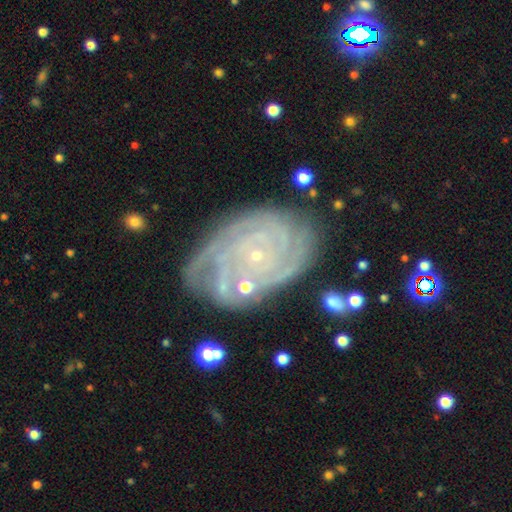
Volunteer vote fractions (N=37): Smooth or featured: featured or disk — 92% (star or artifact — 5%)
Edge-on disk: no — 94% (yes — 6%)
Bar: no — 81% (weak — 12%)
Spiral arms: yes — 97% (no — 3%)
Spiral winding: tight — 97% (medium — 3%)
Spiral arm count: 3 — 68% (4 — 26%)
Bulge size: small — 88% (moderate — 9%)
Merging: none — 66% (minor disturbance — 26%)